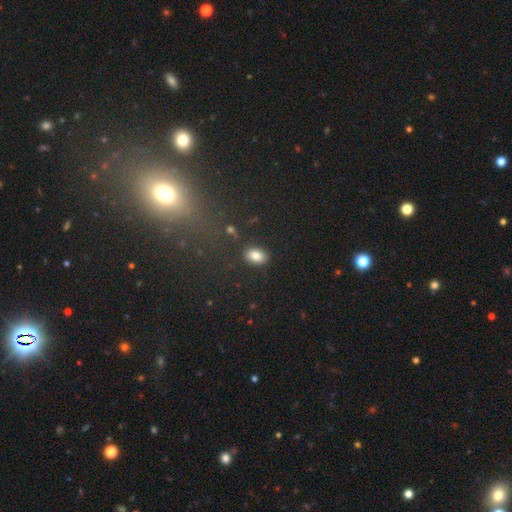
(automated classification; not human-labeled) Smooth or featured? Predicted: smooth (p=0.83). How rounded? Predicted: in between (p=0.82). Merging? Predicted: none (p=0.86).